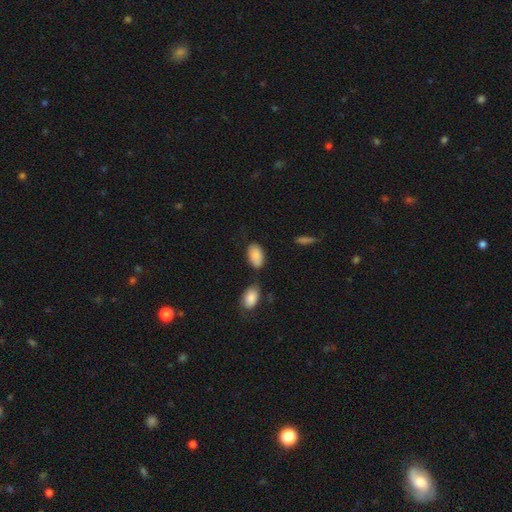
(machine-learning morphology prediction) This appears to be a smooth galaxy with no disk features (87%) that is in between round and cigar-shaped (94%). Merging: none (66%).